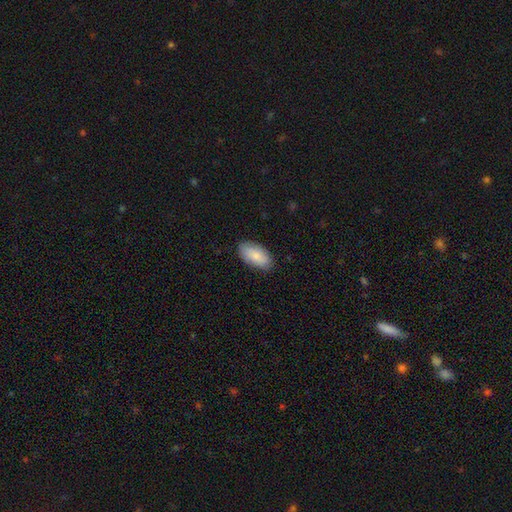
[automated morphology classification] smooth_or_featured: smooth (p=0.84) [alt: featured or disk p=0.10]
how_rounded: in between (p=0.94) [alt: cigar-shaped p=0.03]
merging: none (p=0.86) [alt: minor disturbance p=0.11]